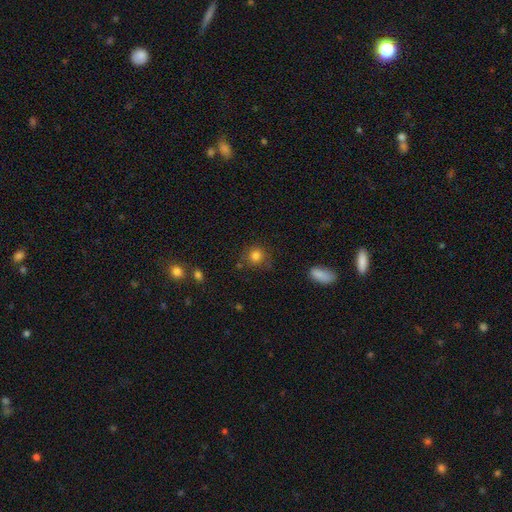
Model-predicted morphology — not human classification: Q: Smooth or featured?
A: smooth (81%); runner-up: star or artifact (12%)
Q: How rounded?
A: round (87%); runner-up: in between (12%)
Q: Merging?
A: none (74%); runner-up: minor disturbance (16%)